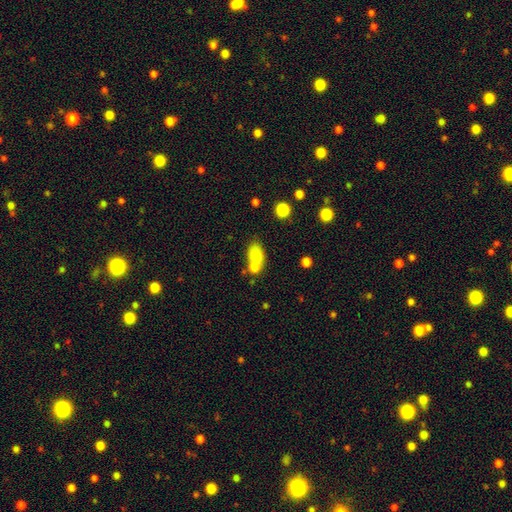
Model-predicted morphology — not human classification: Smooth or featured? smooth (78%)
How rounded? in between (83%)
Merging? none (41%)